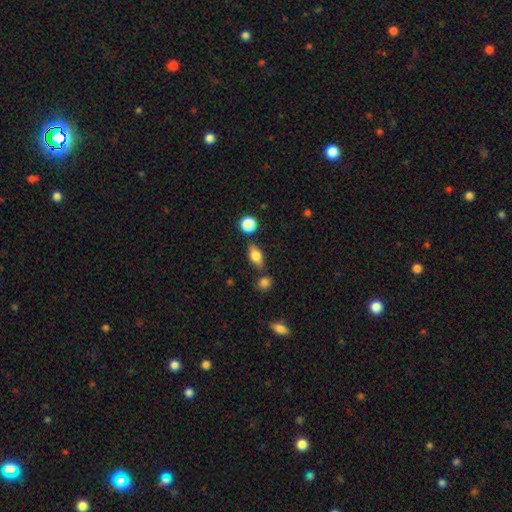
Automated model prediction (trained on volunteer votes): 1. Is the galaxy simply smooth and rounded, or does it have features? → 75% smooth, 17% featured or disk, 9% star or artifact.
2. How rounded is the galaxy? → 81% in between, 10% cigar-shaped, 9% round.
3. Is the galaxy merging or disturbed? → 79% none, 12% minor disturbance, 7% merger, 3% major disturbance.